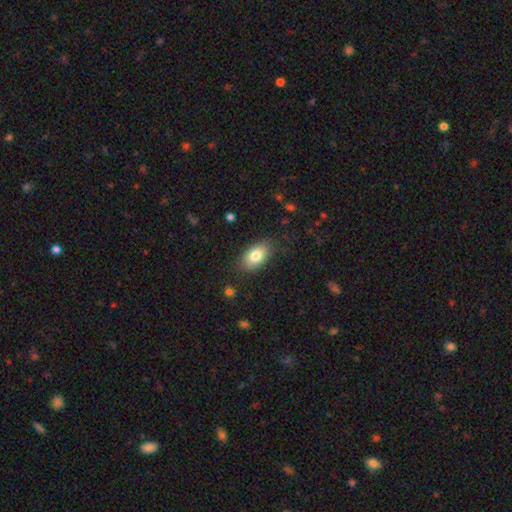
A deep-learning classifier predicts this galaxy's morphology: Overall: smooth (81%). How rounded: in between (90%). Merging: none (83%).